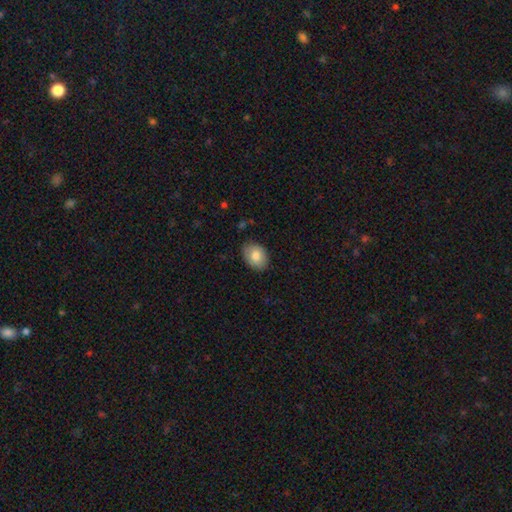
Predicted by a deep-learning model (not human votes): The model was most divided on "how rounded": in between: 77%, round: 22%, cigar-shaped: 1%. More confident: merging — none (83%); smooth or featured — smooth (82%).